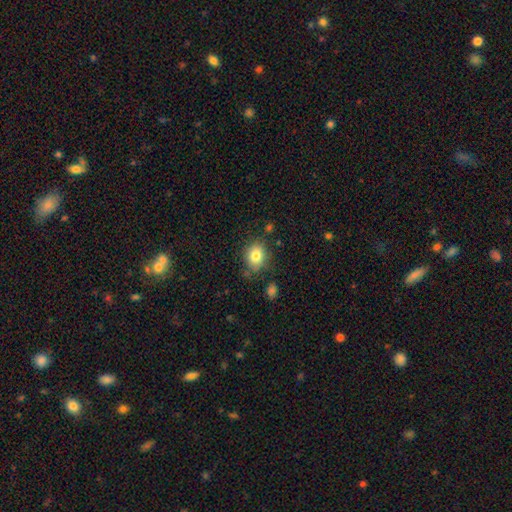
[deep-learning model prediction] A smooth galaxy with no disk features (81%) that is round (60%). Merging: none (77%).